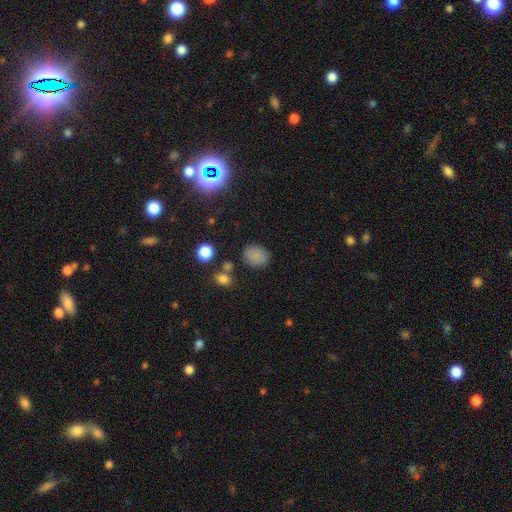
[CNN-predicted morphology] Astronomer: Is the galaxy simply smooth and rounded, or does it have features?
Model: smooth — 82%.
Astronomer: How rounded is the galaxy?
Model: round — 54% (runner-up: in between, 45%).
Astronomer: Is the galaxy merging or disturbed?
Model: none — 79%.